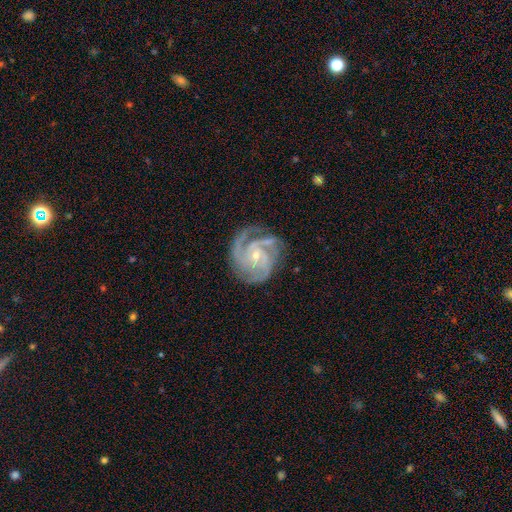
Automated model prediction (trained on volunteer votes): featured or disk 91%, star or artifact 4%, smooth 4%. Down the decision tree: edge-on disk — no (98%); bar — no (63%); spiral arms — yes (98%); spiral arm count — 3 (51%); spiral winding — tight (59%); bulge size — small (74%); merging — none (70%).